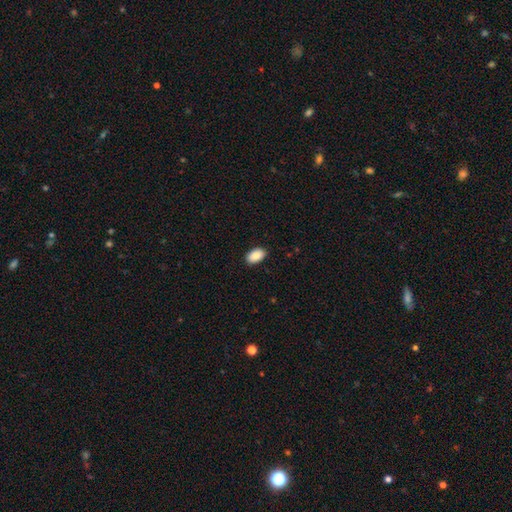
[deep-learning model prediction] smooth 88%, star or artifact 7%, featured or disk 5%. Down the decision tree: how rounded — in between (92%); merging — none (89%).